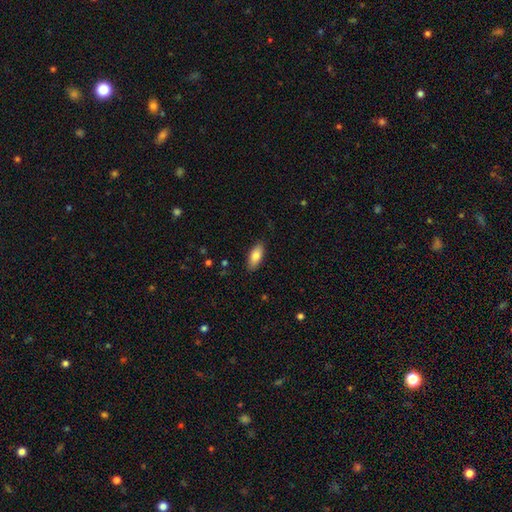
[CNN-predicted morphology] smooth-or-featured: smooth: 82% | featured or disk: 12% | star or artifact: 6%
  how-rounded: in between: 84% | cigar-shaped: 14% | round: 2%
  merging: none: 87% | minor disturbance: 10% | major disturbance: 2% | merger: 1%